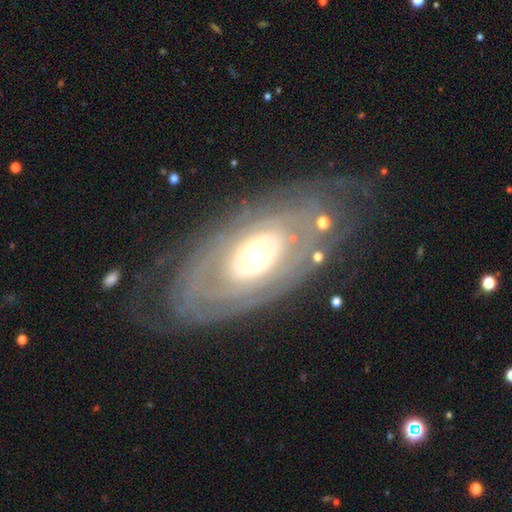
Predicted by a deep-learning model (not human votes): A featured or disk galaxy (79%) with no bar (81%), spiral arms (62%) and a moderate central bulge (57%). Merging: none (70%).